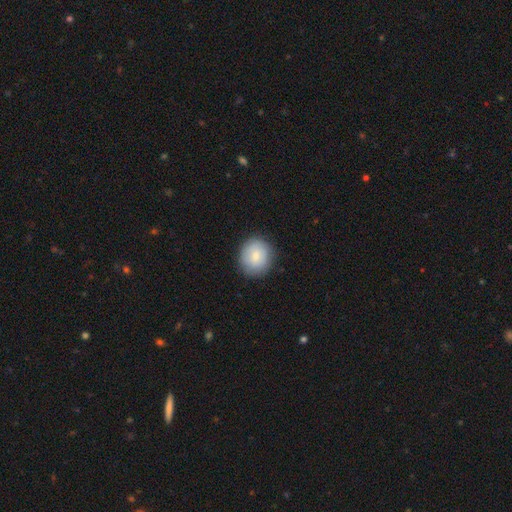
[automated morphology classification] Overall: smooth (80%). How rounded: round (83%). Merging: none (86%).